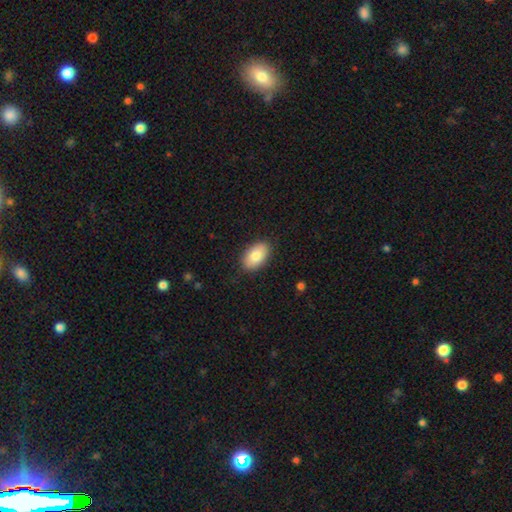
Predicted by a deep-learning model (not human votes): smooth 82%, featured or disk 12%, star or artifact 6%. Down the decision tree: how rounded — in between (93%); merging — none (87%).